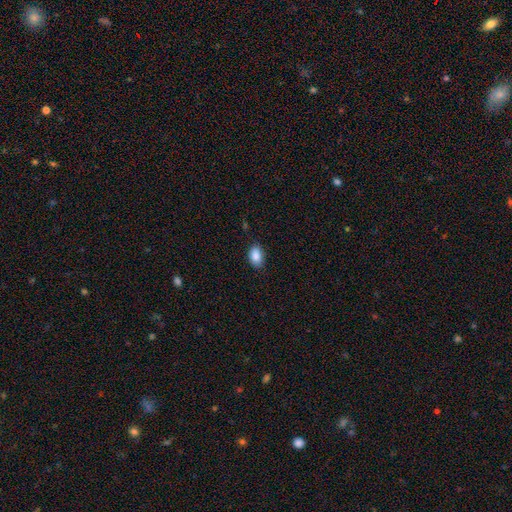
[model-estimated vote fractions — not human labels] smooth_or_featured: smooth (p=0.89) [alt: star or artifact p=0.07]
how_rounded: in between (p=0.89) [alt: round p=0.09]
merging: none (p=0.85) [alt: minor disturbance p=0.12]